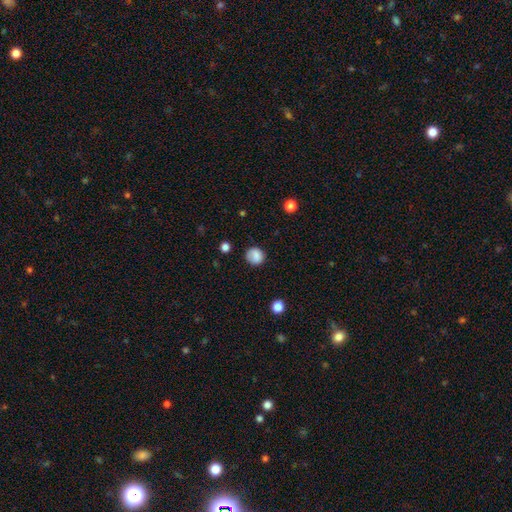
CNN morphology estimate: smooth_or_featured: smooth (p=0.84) [alt: star or artifact p=0.09]
how_rounded: round (p=0.83) [alt: in between p=0.16]
merging: none (p=0.79) [alt: minor disturbance p=0.15]